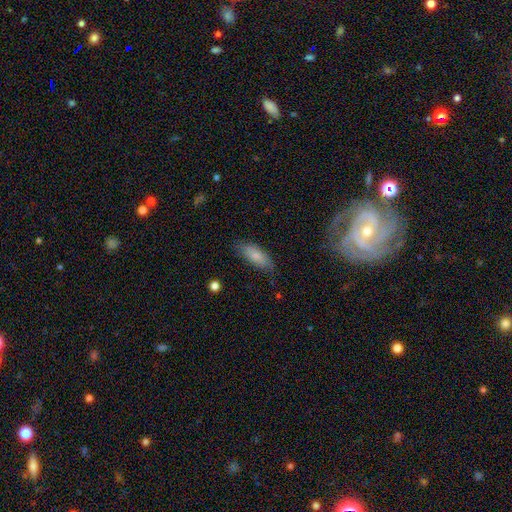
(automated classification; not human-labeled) Q: Smooth or featured?
A: smooth (79%); runner-up: featured or disk (15%)
Q: How rounded?
A: in between (75%); runner-up: cigar-shaped (23%)
Q: Merging?
A: none (76%); runner-up: minor disturbance (19%)